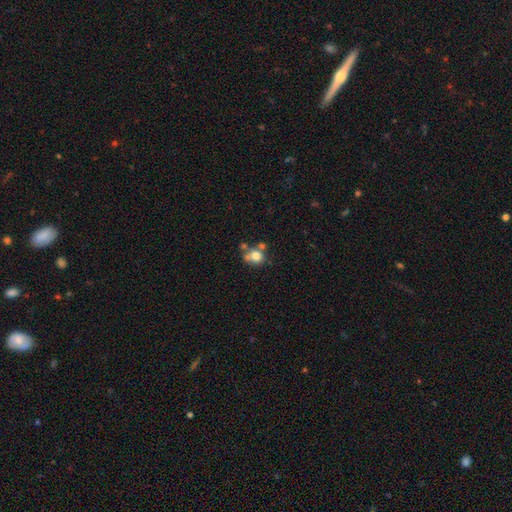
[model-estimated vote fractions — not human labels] Q: Smooth or featured?
A: smooth (73%); runner-up: featured or disk (15%)
Q: How rounded?
A: round (75%); runner-up: in between (24%)
Q: Merging?
A: none (47%); runner-up: merger (33%)